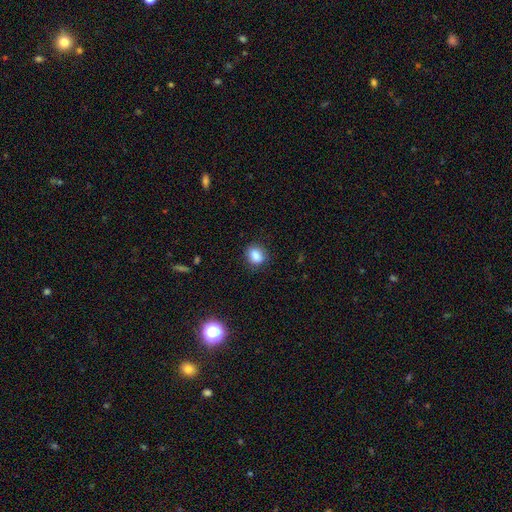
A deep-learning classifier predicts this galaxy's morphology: Overall: smooth (85%). How rounded: round (51%; in between 47%). Merging: none (82%).